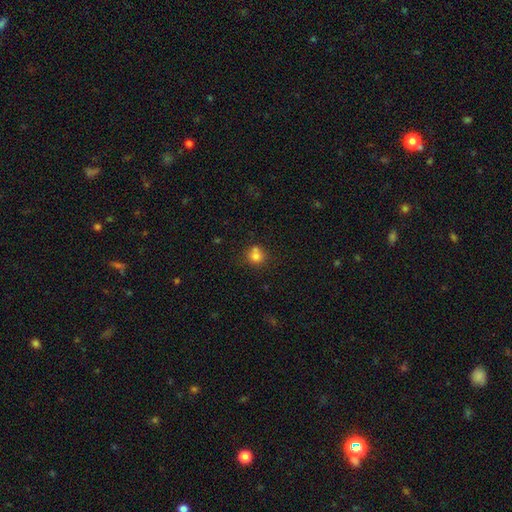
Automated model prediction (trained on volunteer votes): Q: Smooth or featured?
A: smooth (77%); runner-up: star or artifact (12%)
Q: How rounded?
A: round (85%); runner-up: in between (14%)
Q: Merging?
A: none (53%); runner-up: merger (31%)